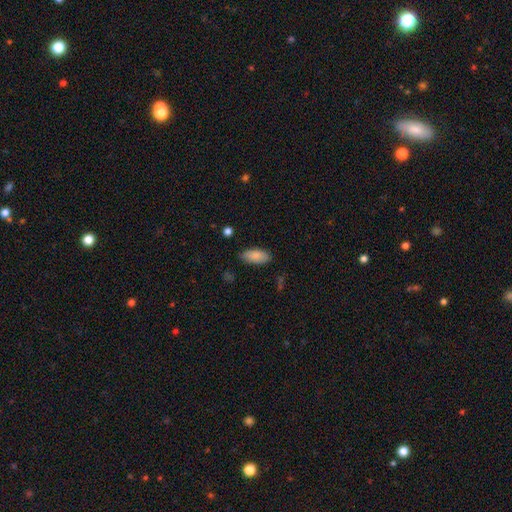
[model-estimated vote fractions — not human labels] Q: Smooth or featured?
A: smooth (86%); runner-up: featured or disk (8%)
Q: How rounded?
A: in between (90%); runner-up: cigar-shaped (8%)
Q: Merging?
A: none (84%); runner-up: minor disturbance (12%)